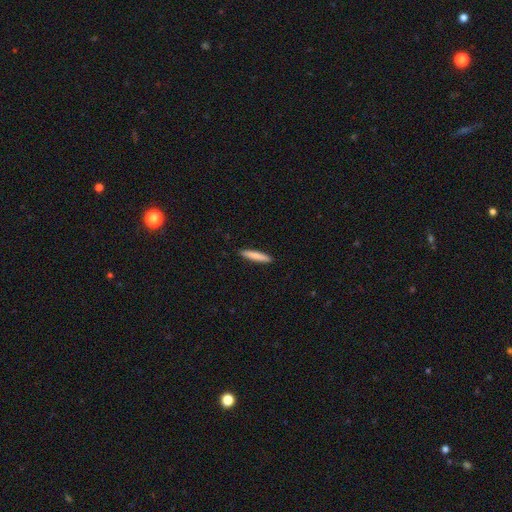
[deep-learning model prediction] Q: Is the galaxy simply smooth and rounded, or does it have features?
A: smooth — 83%.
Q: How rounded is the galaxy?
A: cigar-shaped — 91%.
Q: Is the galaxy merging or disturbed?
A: none — 92%.